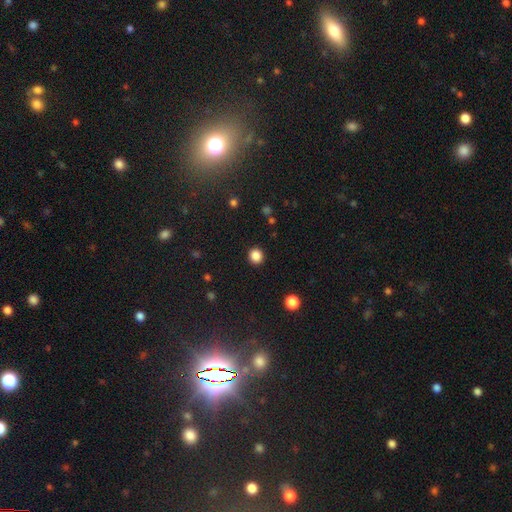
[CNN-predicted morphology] A smooth galaxy with no disk features (86%) that is round (87%).

Vote fractions:
- Smooth or featured? smooth: 86% / star or artifact: 11% / featured or disk: 3%
- How rounded? round: 87% / in between: 12% / cigar-shaped: 1%
- Merging? none: 91% / minor disturbance: 6% / major disturbance: 2% / merger: 1%